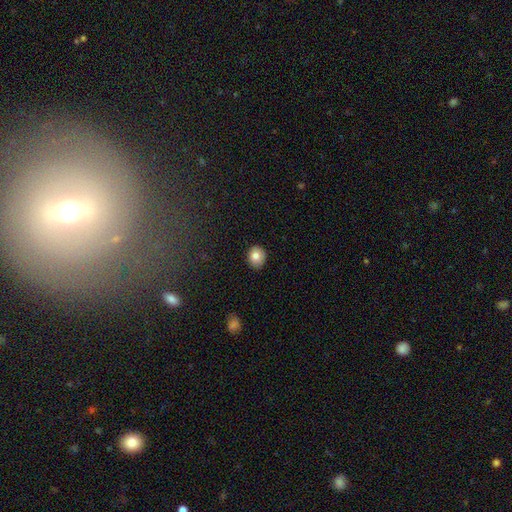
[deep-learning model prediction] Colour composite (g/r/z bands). It shows a smooth galaxy with no disk features (82%) that is round (69%). Merging: none (88%).